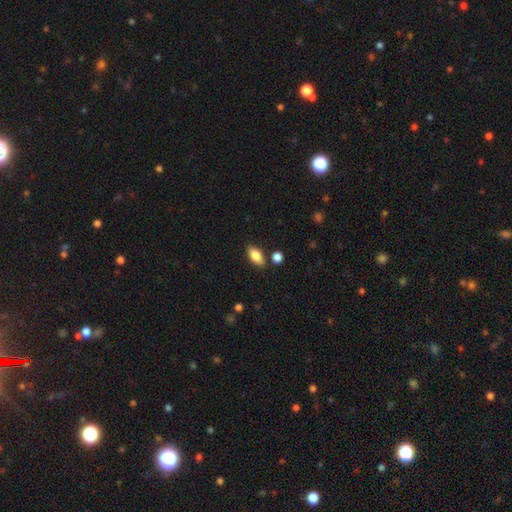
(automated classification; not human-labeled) Morphology: type=smooth (83%); roundness=in between (88%); merging=none (82%).